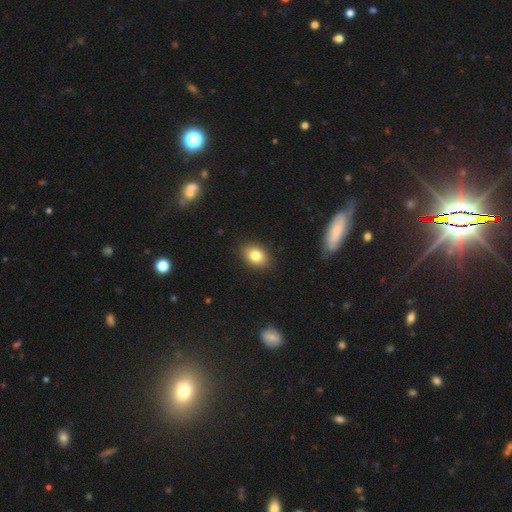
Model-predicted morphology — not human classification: The model was most divided on "how rounded": in between: 72%, round: 27%, cigar-shaped: 1%. More confident: merging — none (88%); smooth or featured — smooth (81%).